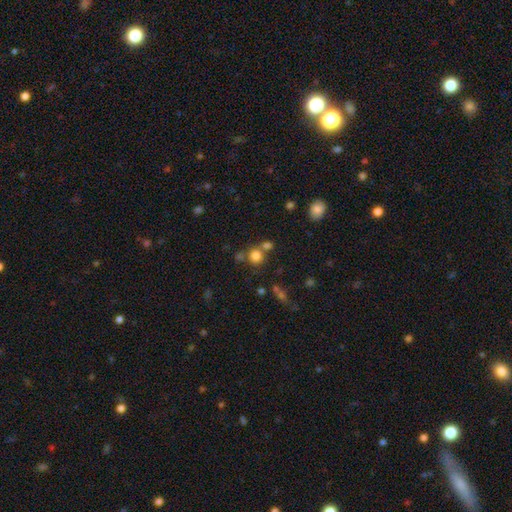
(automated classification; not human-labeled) Morphology: type=smooth (78%); roundness=round (88%); merging=none (60%).